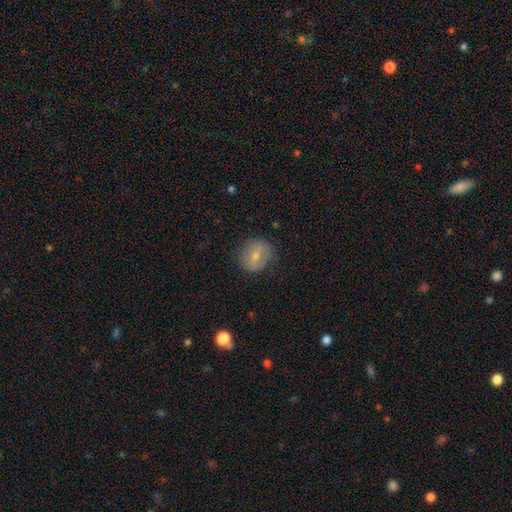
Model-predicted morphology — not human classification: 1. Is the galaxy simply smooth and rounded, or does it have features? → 59% smooth, 33% featured or disk, 9% star or artifact.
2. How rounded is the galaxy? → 78% round, 21% in between, 1% cigar-shaped.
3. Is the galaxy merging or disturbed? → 79% none, 15% minor disturbance, 5% major disturbance, 1% merger.